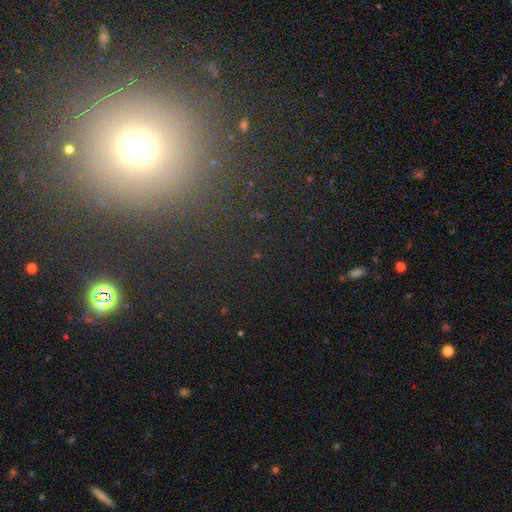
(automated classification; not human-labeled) Smooth or featured?
  - smooth: 48% *
  - star or artifact: 41%
  - featured or disk: 11%
Merging?
  - none: 83% *
  - minor disturbance: 8%
  - major disturbance: 5%
  - merger: 4%